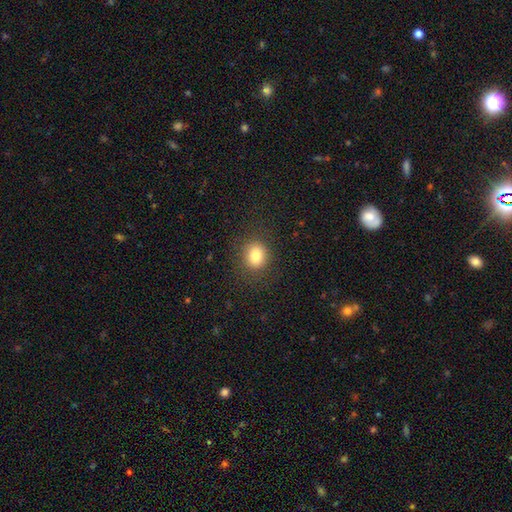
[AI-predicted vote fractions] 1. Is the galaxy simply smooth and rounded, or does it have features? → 82% smooth, 11% star or artifact, 7% featured or disk.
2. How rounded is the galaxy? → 70% round, 29% in between, 1% cigar-shaped.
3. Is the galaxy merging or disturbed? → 86% none, 9% minor disturbance, 4% major disturbance, 1% merger.